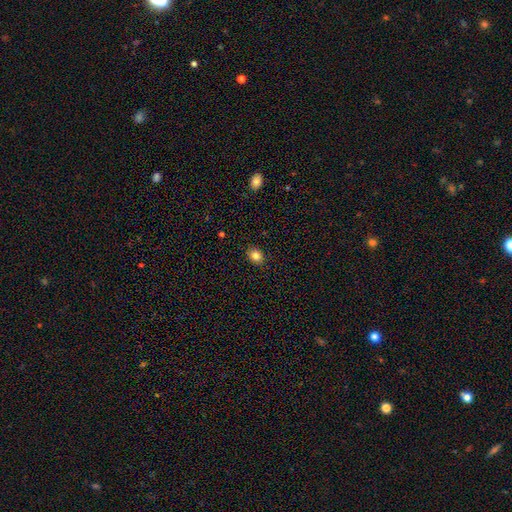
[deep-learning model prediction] Smooth or featured?
  - smooth: 83% *
  - star or artifact: 11%
  - featured or disk: 6%
How rounded?
  - round: 55% *
  - in between: 44%
  - cigar-shaped: 1%
Merging?
  - none: 89% *
  - minor disturbance: 8%
  - major disturbance: 2%
  - merger: 1%